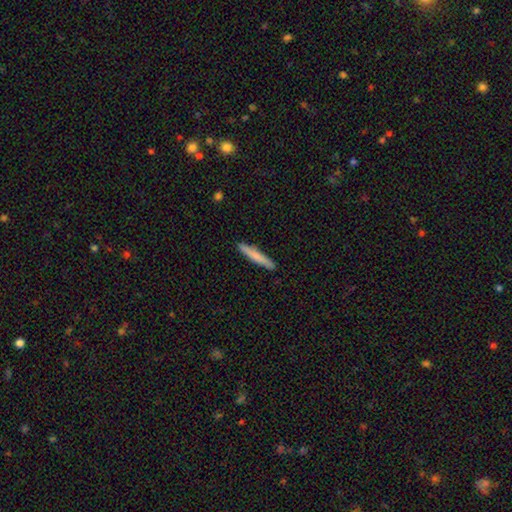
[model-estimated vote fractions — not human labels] smooth 72%, featured or disk 23%, star or artifact 5%. Down the decision tree: how rounded — cigar-shaped (95%); merging — none (90%).